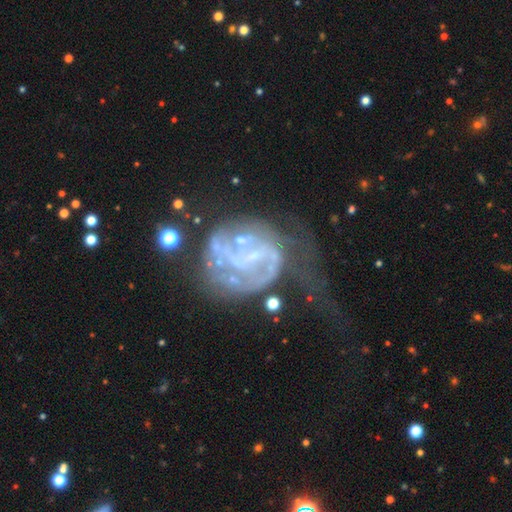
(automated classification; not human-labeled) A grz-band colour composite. It shows a featured or disk galaxy (77%) with no bar (55%), spiral arms (62%) and a small central bulge (43%, tied with none). Merging: major disturbance (48%).